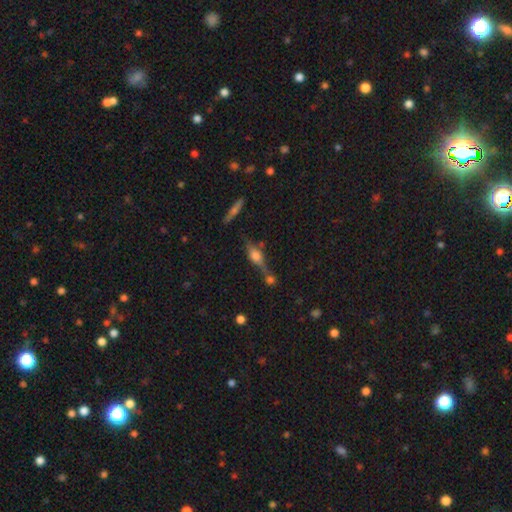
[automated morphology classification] This appears to be a featured or disk galaxy (51%) viewed edge-on (87%). Merging: none (53%).